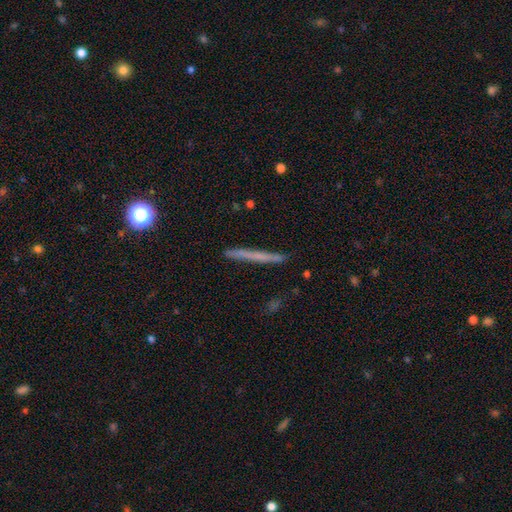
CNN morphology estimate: smooth-or-featured: smooth: 50% | featured or disk: 42% | star or artifact: 8%
  merging: none: 90% | minor disturbance: 7% | major disturbance: 1% | merger: 1%